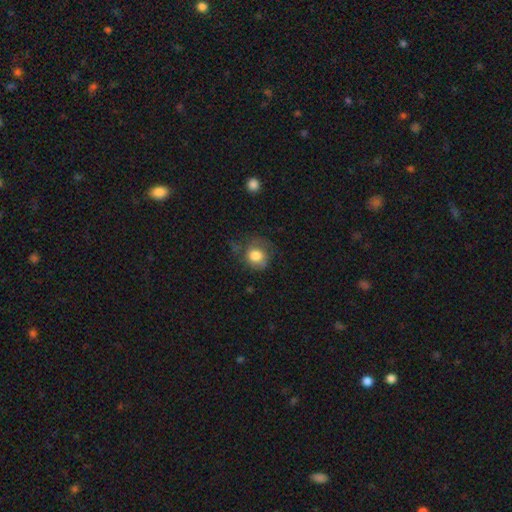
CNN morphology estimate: This appears to be a smooth galaxy with no disk features (74%) that is round (75%). Merging: none (51%).